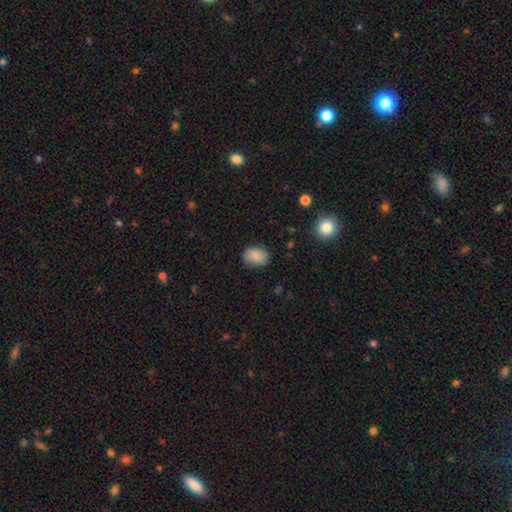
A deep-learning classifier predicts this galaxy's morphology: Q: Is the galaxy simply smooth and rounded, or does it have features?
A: smooth — 88%.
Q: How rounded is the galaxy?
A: in between — 70%.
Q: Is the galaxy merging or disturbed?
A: none — 83%.